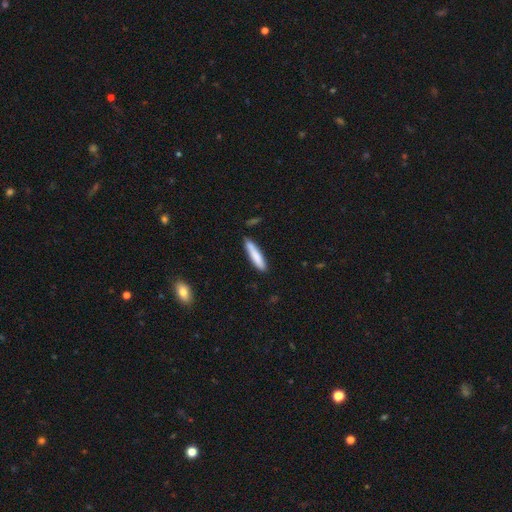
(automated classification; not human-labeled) Q: Smooth or featured?
A: smooth (80%); runner-up: featured or disk (14%)
Q: How rounded?
A: cigar-shaped (89%); runner-up: in between (10%)
Q: Merging?
A: none (81%); runner-up: minor disturbance (14%)